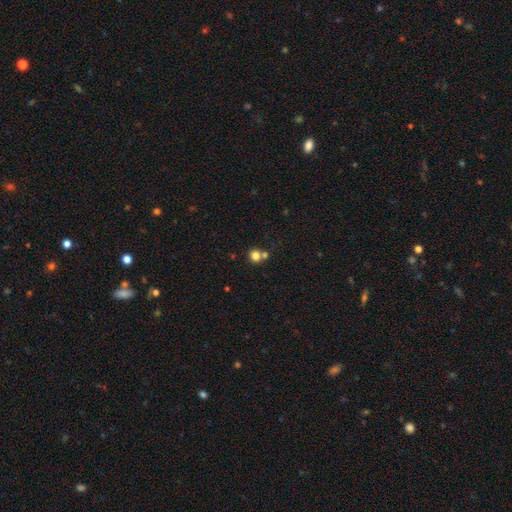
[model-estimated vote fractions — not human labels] This is clearly a smooth galaxy (80%). How rounded: clearly round (88%). Merging: likely none (61%).